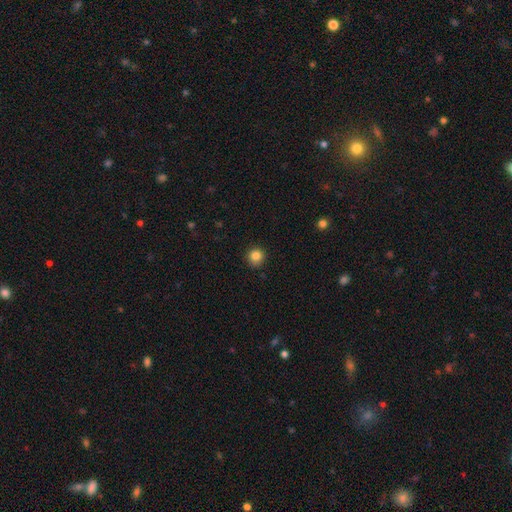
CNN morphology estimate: Smooth or featured? Predicted: smooth (p=0.85). How rounded? Predicted: round (p=0.92). Merging? Predicted: none (p=0.88).